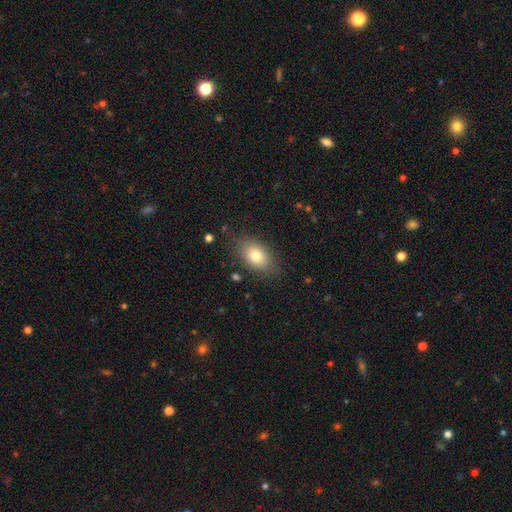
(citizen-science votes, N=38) smooth 79%, featured or disk 13%, star or artifact 8%. Down the decision tree: how rounded — in between (73%); merging — none (77%).